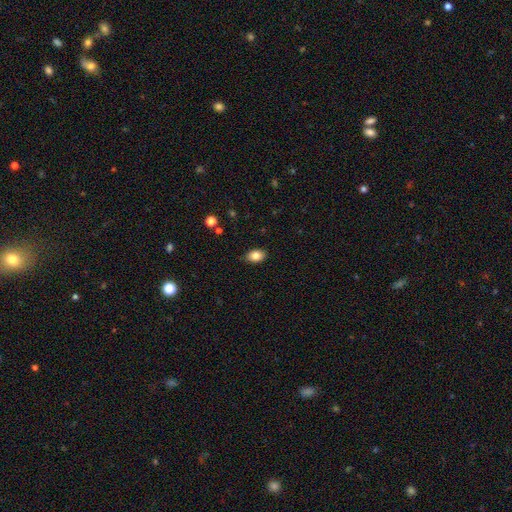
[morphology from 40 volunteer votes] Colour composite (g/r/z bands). It shows a smooth galaxy with no disk features (78%) that is in between round and cigar-shaped (87%). Merging: none (89%).